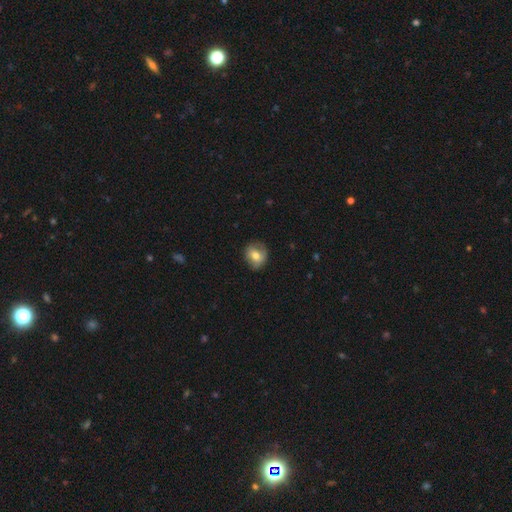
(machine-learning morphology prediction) smooth 66%, featured or disk 26%, star or artifact 8%. Down the decision tree: how rounded — round (76%); merging — none (79%).